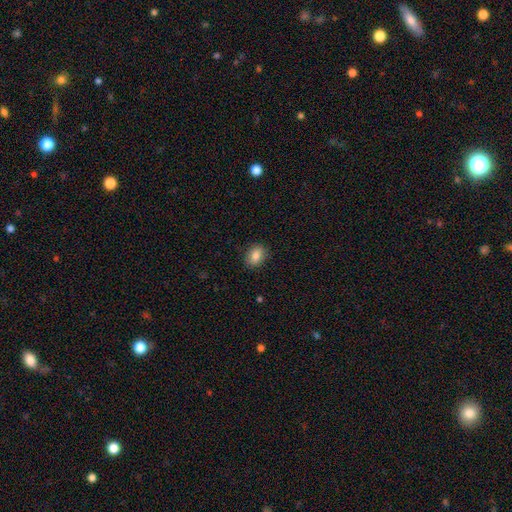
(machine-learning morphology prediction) This appears to be a smooth galaxy with no disk features (84%) that is in between round and cigar-shaped (69%). Merging: none (87%).